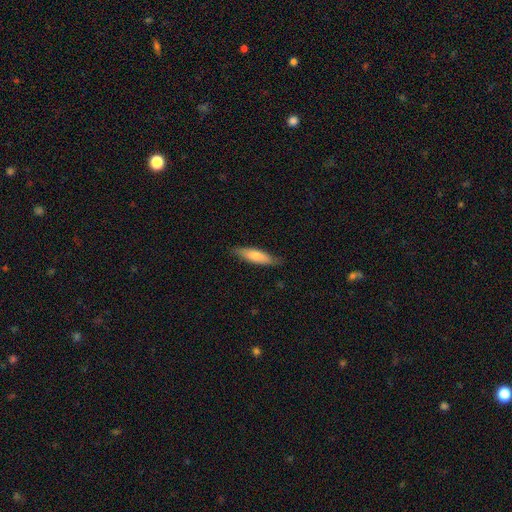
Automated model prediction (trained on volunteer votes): Overall: smooth (73%). How rounded: cigar-shaped (63%; in between 36%). Merging: none (83%).